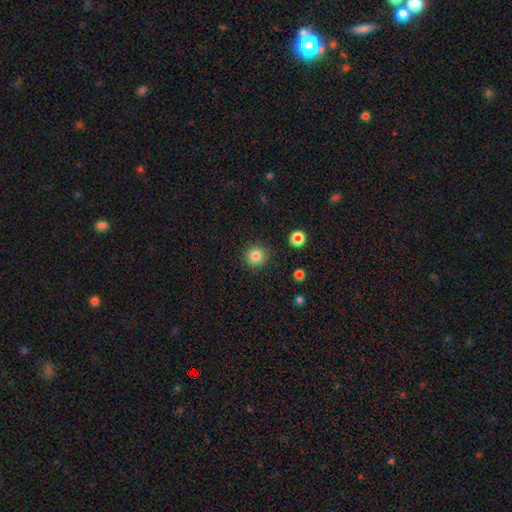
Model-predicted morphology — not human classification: This appears to be a smooth galaxy with no disk features (83%) that is round (94%). Merging: none (91%).